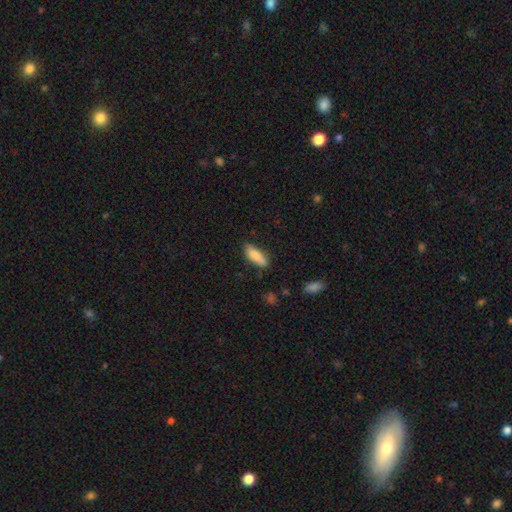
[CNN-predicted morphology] smooth 86%, featured or disk 8%, star or artifact 6%. Down the decision tree: how rounded — in between (64%); merging — none (76%).